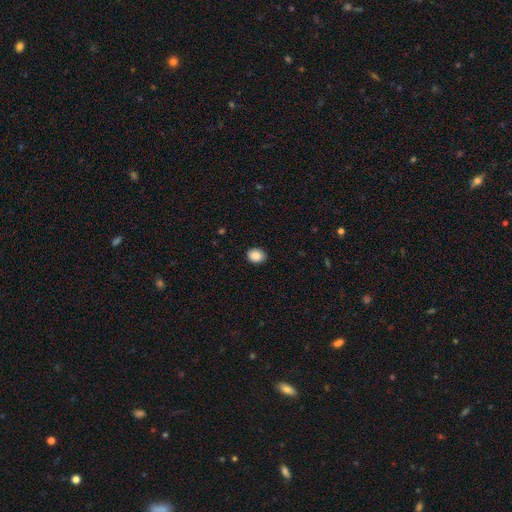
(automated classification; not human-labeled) The model was most divided on "how rounded": in between: 52%, round: 47%, cigar-shaped: 1%. More confident: merging — none (89%); smooth or featured — smooth (88%).